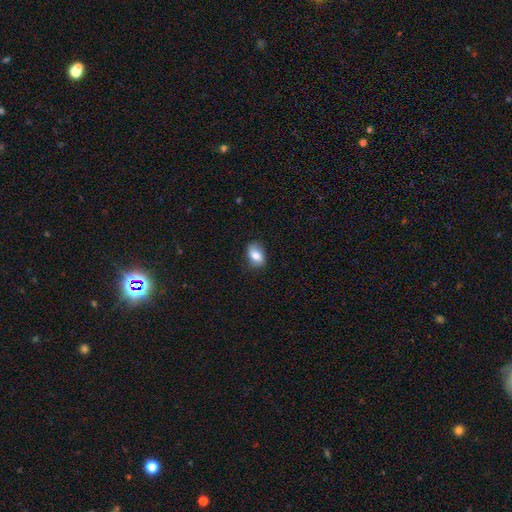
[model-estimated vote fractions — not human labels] A smooth galaxy with no disk features (81%) that is in between round and cigar-shaped (85%).

Vote fractions:
- Smooth or featured? smooth: 81% / featured or disk: 12% / star or artifact: 7%
- How rounded? in between: 85% / round: 13% / cigar-shaped: 2%
- Merging? none: 78% / minor disturbance: 17% / major disturbance: 4% / merger: 1%